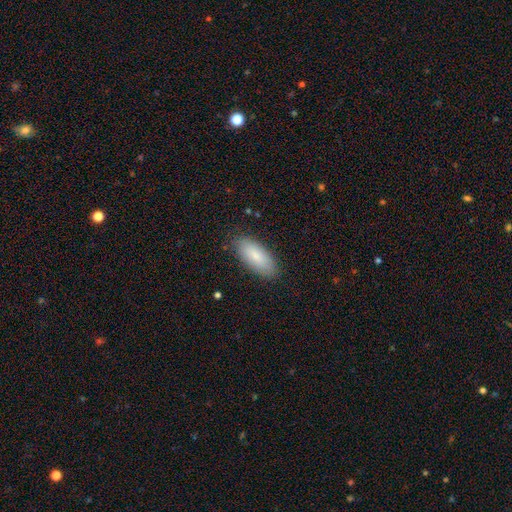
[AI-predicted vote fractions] Smooth or featured? smooth (84%)
How rounded? in between (85%)
Merging? none (85%)